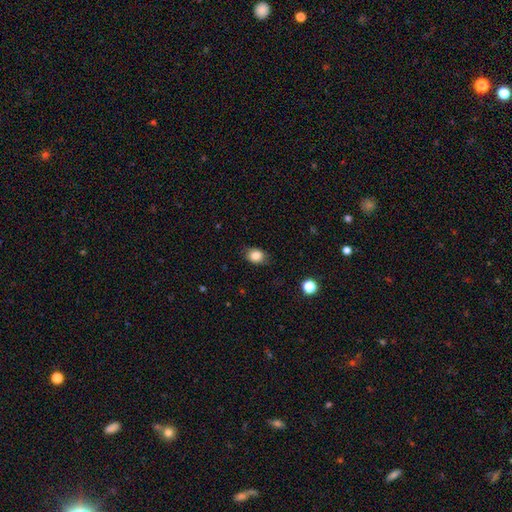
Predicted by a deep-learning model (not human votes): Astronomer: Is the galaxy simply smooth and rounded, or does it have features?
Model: smooth — 85%.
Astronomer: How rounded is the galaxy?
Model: in between — 60% (runner-up: round, 39%).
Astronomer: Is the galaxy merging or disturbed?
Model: none — 78%.